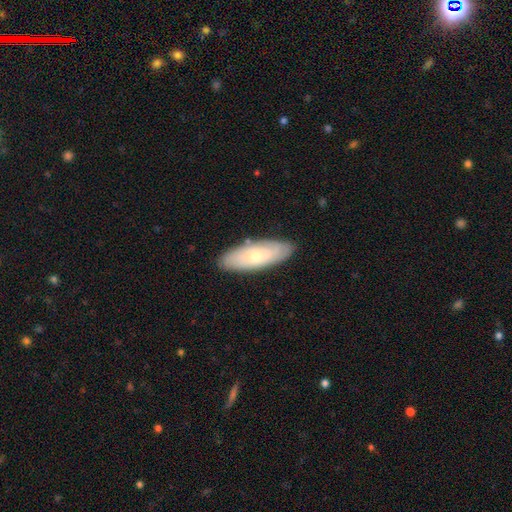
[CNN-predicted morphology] Q: Smooth or featured?
A: smooth (53%); runner-up: featured or disk (40%)
Q: How rounded?
A: in between (68%); runner-up: cigar-shaped (30%)
Q: Merging?
A: none (85%); runner-up: minor disturbance (11%)